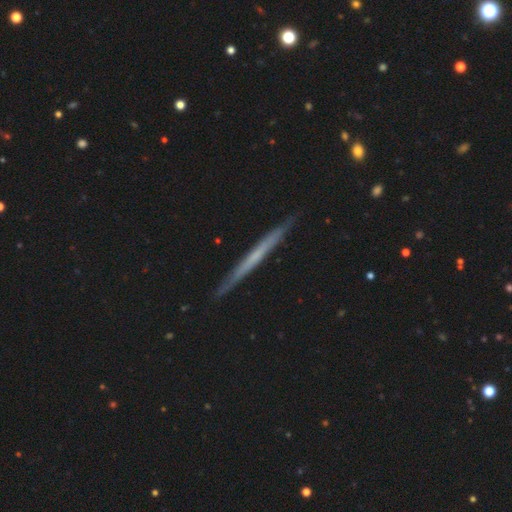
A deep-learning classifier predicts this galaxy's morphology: featured or disk 58%, smooth 36%, star or artifact 6%. Down the decision tree: edge-on disk — yes (97%); edge-on bulge — none (87%); merging — none (90%).